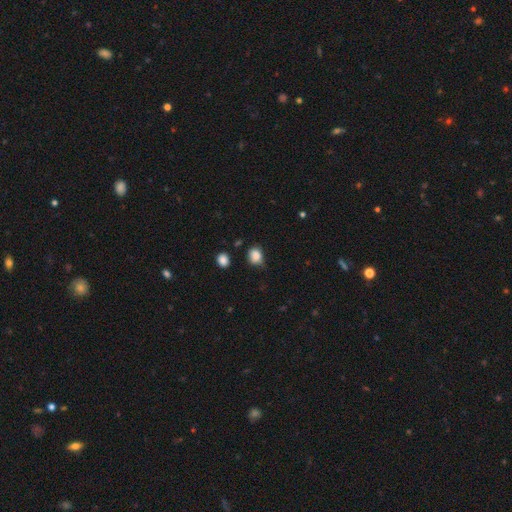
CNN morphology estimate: This is clearly a smooth galaxy (84%). How rounded: possibly round (57%). Merging: possibly none (54%).